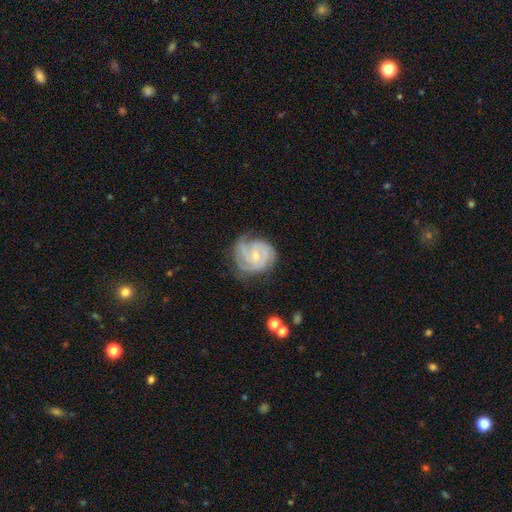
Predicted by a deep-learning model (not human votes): A featured or disk galaxy (87%) with no bar (57%), 3 (47%) tight (65%) spiral arms (97%) and a small central bulge (64%). Merging: none (64%).